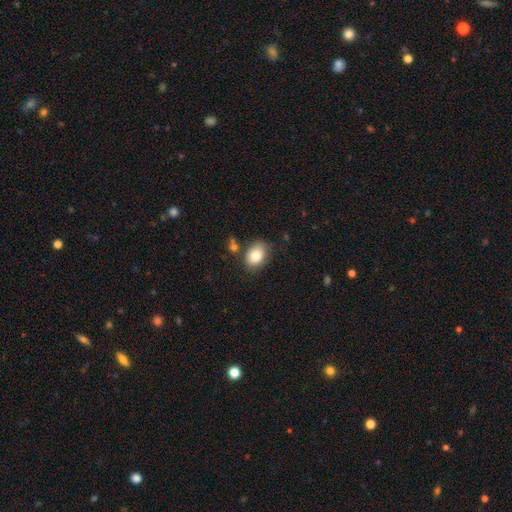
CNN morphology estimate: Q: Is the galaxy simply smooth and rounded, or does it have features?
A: smooth — 83%.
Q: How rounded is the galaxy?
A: in between — 74%.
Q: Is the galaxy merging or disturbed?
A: none — 73%.